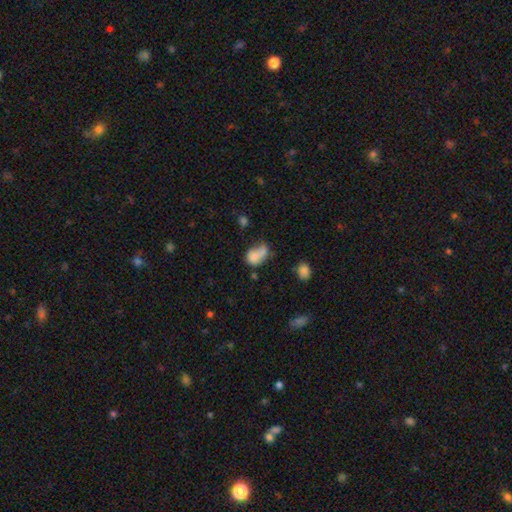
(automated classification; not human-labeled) Smooth or featured? smooth (71%)
How rounded? in between (73%)
Merging? merger (35%)